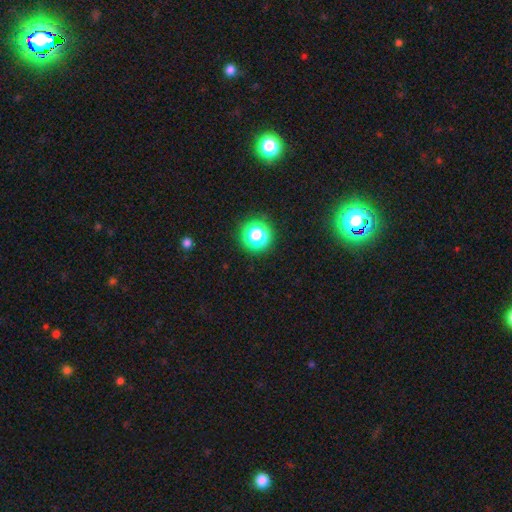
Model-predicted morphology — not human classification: smooth-or-featured: star or artifact: 66% | smooth: 28% | featured or disk: 6%